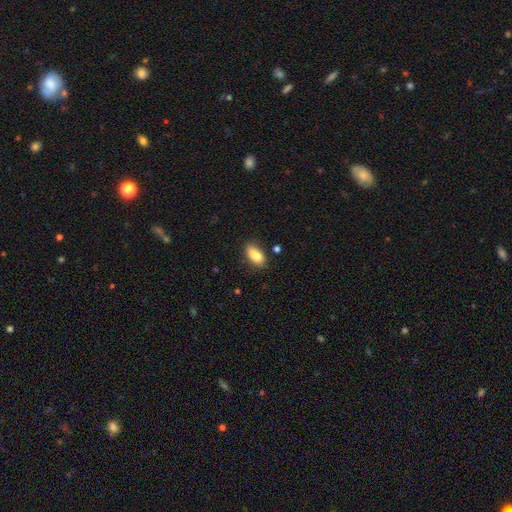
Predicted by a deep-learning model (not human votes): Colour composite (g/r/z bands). It shows a smooth galaxy with no disk features (86%) that is in between round and cigar-shaped (88%). Merging: none (73%).